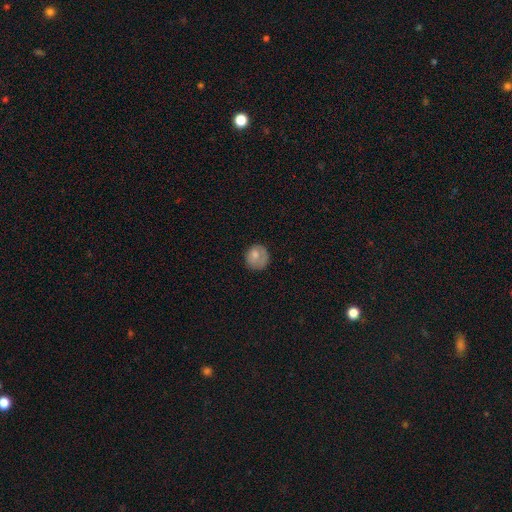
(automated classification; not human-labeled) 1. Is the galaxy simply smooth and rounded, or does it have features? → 72% smooth, 20% featured or disk, 8% star or artifact.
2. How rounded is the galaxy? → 83% round, 16% in between, 1% cigar-shaped.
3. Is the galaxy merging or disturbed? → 68% none, 20% minor disturbance, 10% major disturbance, 2% merger.